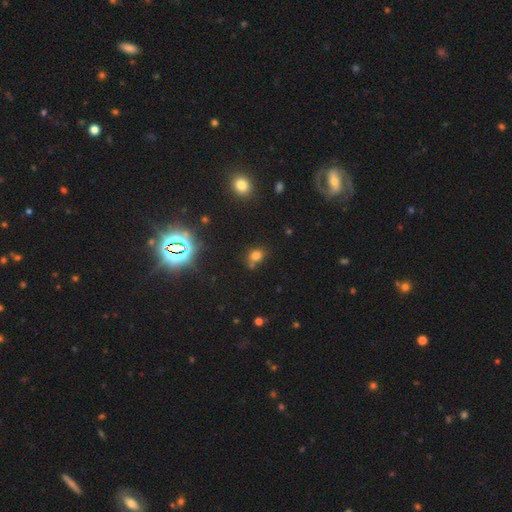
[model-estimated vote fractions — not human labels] Smooth or featured: smooth — 69% (star or artifact — 23%)
How rounded: round — 58% (in between — 41%)
Merging: none — 59% (merger — 18%)